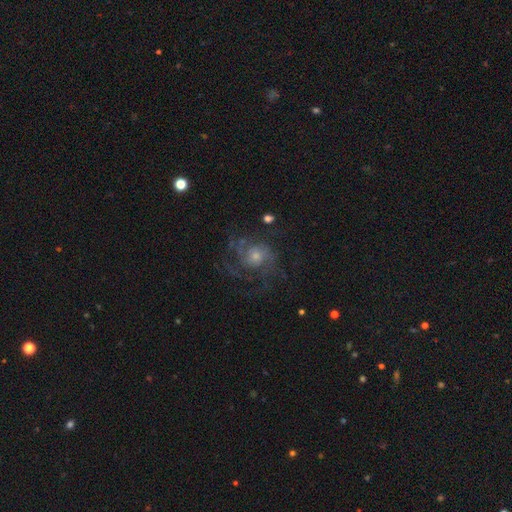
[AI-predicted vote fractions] Smooth or featured? featured or disk (75%)
Edge-on disk? no (97%)
Bar? no (78%)
Spiral arms? yes (88%)
Spiral winding? medium (43%)
Spiral arm count? can't tell (36%)
Bulge size? small (46%)
Merging? none (64%)